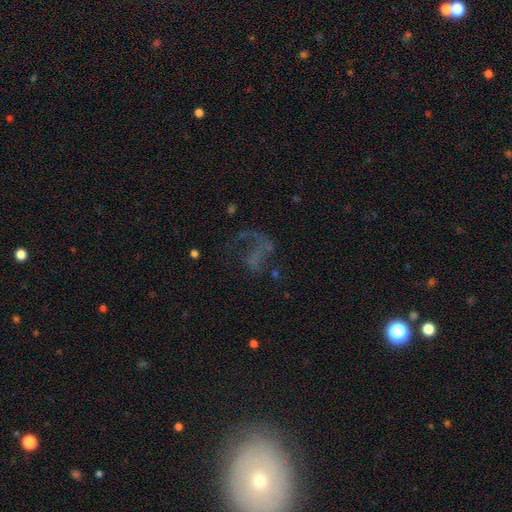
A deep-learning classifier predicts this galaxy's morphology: Smooth or featured: featured or disk — 51% (star or artifact — 26%)
Edge-on disk: no — 97% (yes — 3%)
Bar: no — 79% (weak — 15%)
Spiral arms: no — 58% (yes — 42%)
Bulge size: none — 78% (small — 14%)
Merging: major disturbance — 44% (none — 37%)